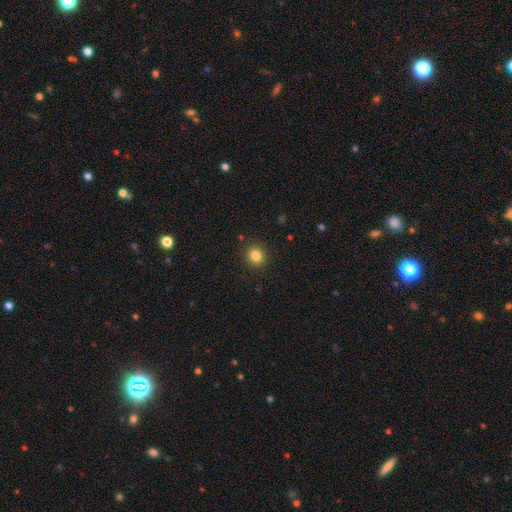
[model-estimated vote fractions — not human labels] This is clearly a smooth galaxy (83%). How rounded: clearly round (87%). Merging: clearly none (90%).